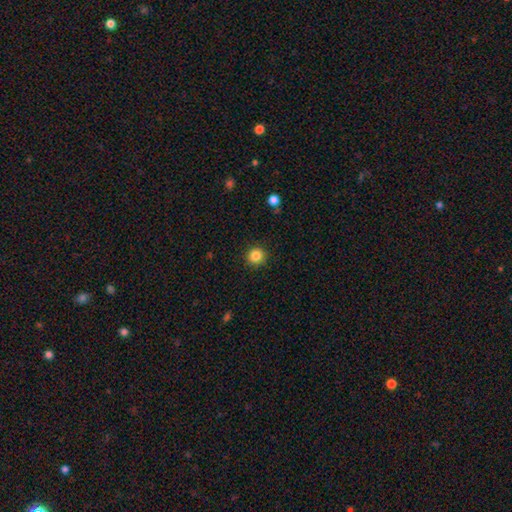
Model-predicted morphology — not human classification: type=smooth (85%); roundness=round (94%); merging=none (91%).